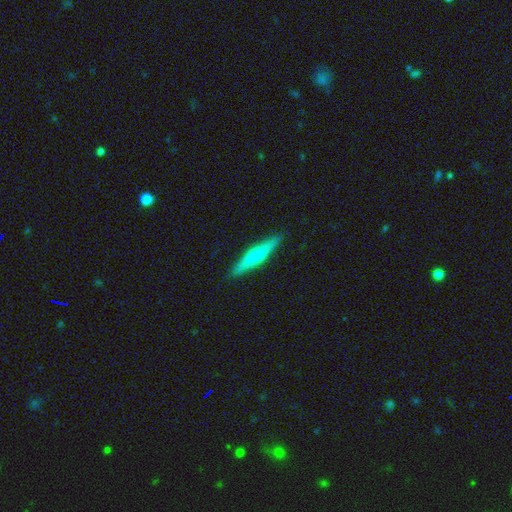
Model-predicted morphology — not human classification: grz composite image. It shows a featured or disk galaxy (50%) viewed edge-on (95%). Merging: none (90%).